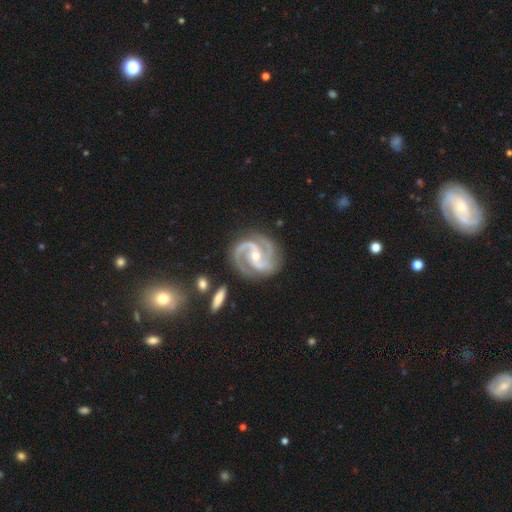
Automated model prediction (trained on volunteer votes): Smooth or featured: featured or disk — 94% (star or artifact — 4%)
Edge-on disk: no — 98% (yes — 2%)
Bar: no — 41% (weak — 33%)
Spiral arms: yes — 99% (no — 1%)
Spiral winding: medium — 57% (tight — 35%)
Spiral arm count: 2 — 67% (3 — 24%)
Bulge size: moderate — 49% (tied with small — 49%)
Merging: none — 79% (minor disturbance — 15%)